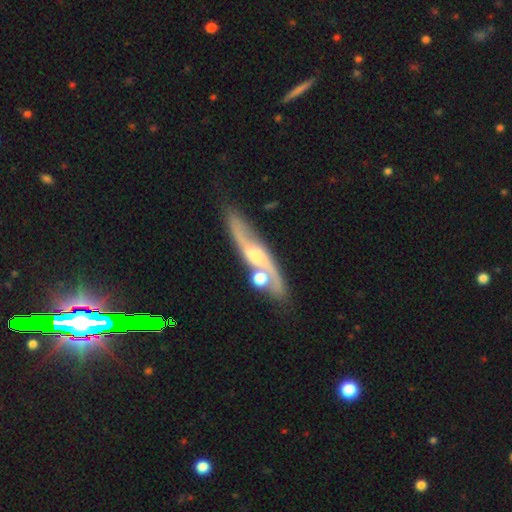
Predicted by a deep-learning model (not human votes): This appears to be a featured or disk galaxy (79%). Merging: none (64%).